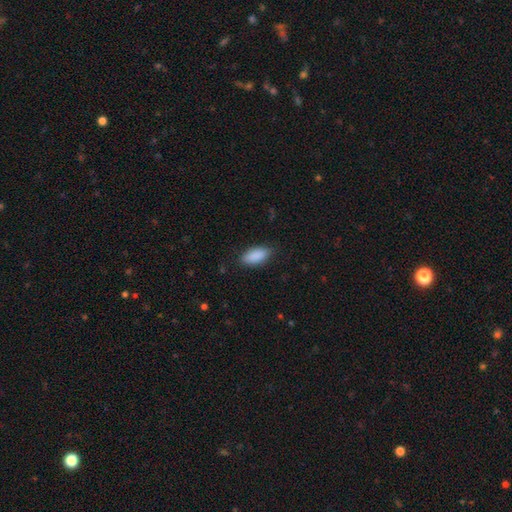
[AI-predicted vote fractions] Q: Smooth or featured?
A: smooth (90%); runner-up: star or artifact (6%)
Q: How rounded?
A: in between (89%); runner-up: cigar-shaped (9%)
Q: Merging?
A: none (85%); runner-up: minor disturbance (11%)